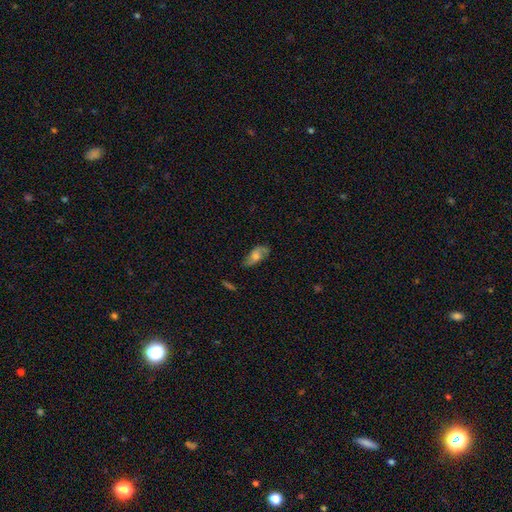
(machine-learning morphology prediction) A featured or disk galaxy (51%).

Vote fractions:
- Smooth or featured? featured or disk: 51% / smooth: 41% / star or artifact: 9%
- Edge-on disk? no: 88% / yes: 12%
- Merging? none: 70% / minor disturbance: 21% / major disturbance: 7% / merger: 2%